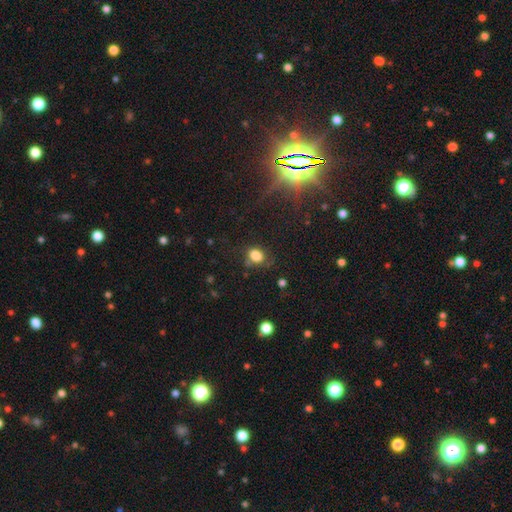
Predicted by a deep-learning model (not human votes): Smooth or featured? Predicted: smooth (p=0.81). How rounded? Predicted: in between (p=0.61). Merging? Predicted: none (p=0.63).